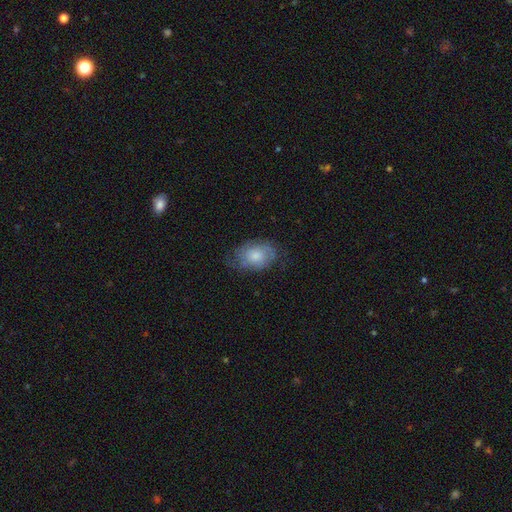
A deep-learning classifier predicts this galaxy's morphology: A smooth galaxy with no disk features (49%).

Vote fractions:
- Smooth or featured? smooth: 49% / featured or disk: 43% / star or artifact: 7%
- Merging? none: 60% / minor disturbance: 27% / major disturbance: 12% / merger: 1%